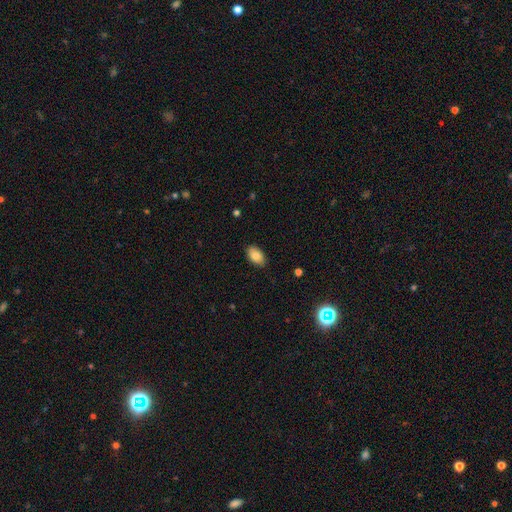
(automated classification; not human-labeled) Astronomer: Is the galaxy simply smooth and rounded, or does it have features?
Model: smooth — 85%.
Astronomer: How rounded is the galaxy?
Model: in between — 93%.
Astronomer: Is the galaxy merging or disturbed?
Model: none — 88%.